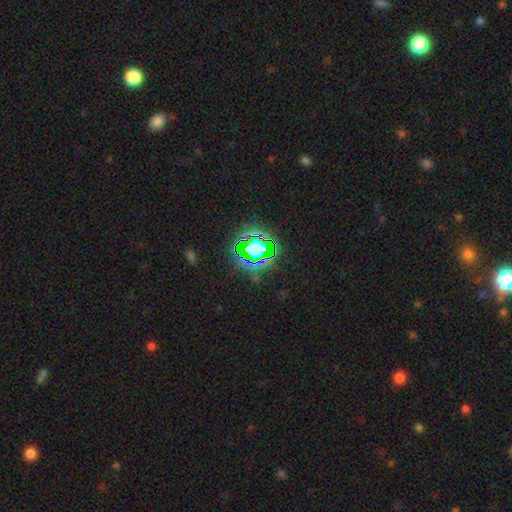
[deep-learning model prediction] Overall: star or artifact (79%).